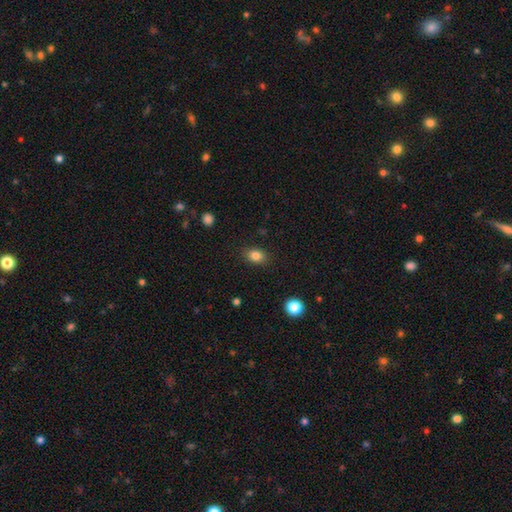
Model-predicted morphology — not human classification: Smooth or featured? Predicted: smooth (p=0.84). How rounded? Predicted: in between (p=0.67). Merging? Predicted: none (p=0.87).